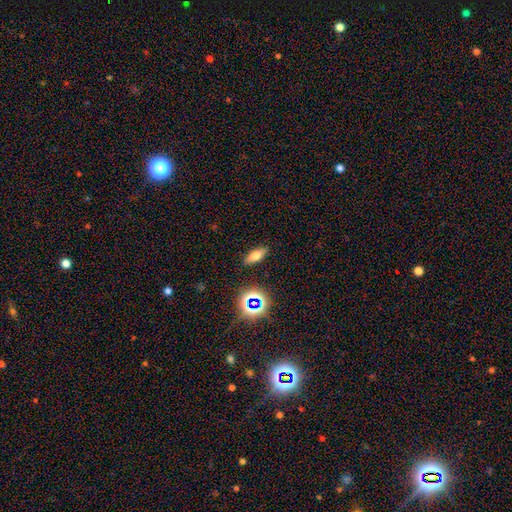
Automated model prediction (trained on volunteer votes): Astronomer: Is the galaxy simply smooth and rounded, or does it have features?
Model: smooth — 61%.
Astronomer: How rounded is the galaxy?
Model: in between — 65%.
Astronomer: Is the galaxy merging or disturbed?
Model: none — 88%.